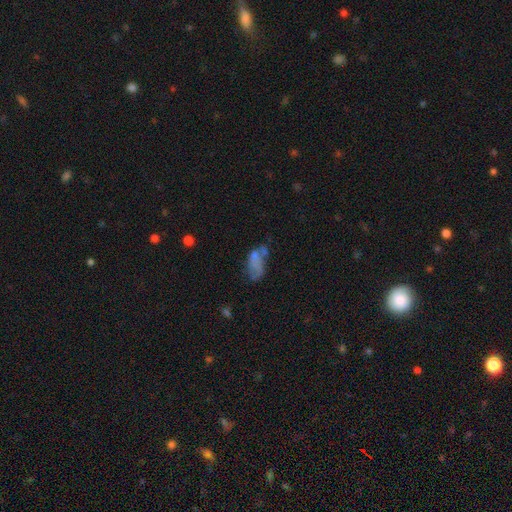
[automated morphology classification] A smooth galaxy with no disk features (53%) that is in between round and cigar-shaped (86%). Merging: none (28%).